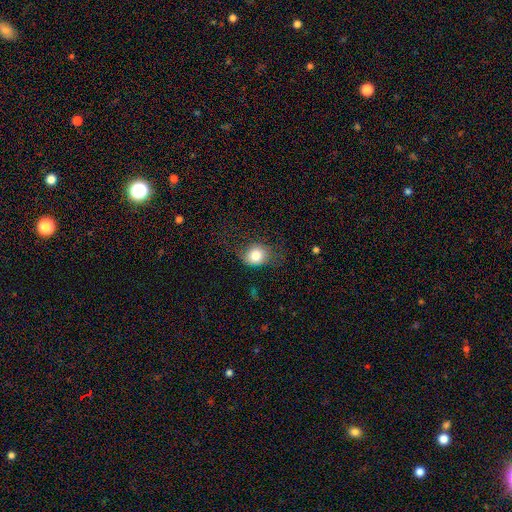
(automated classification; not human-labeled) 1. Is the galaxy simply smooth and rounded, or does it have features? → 79% smooth, 11% featured or disk, 10% star or artifact.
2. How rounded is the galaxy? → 61% round, 38% in between, 1% cigar-shaped.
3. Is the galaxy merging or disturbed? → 59% none, 24% minor disturbance, 16% major disturbance, 2% merger.